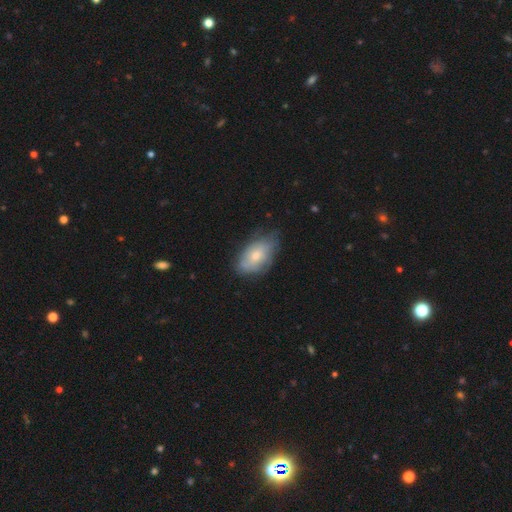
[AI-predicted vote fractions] smooth-or-featured: smooth: 59% | featured or disk: 35% | star or artifact: 7%
  how-rounded: in between: 92% | round: 6% | cigar-shaped: 2%
  merging: none: 58% | minor disturbance: 32% | major disturbance: 9% | merger: 2%